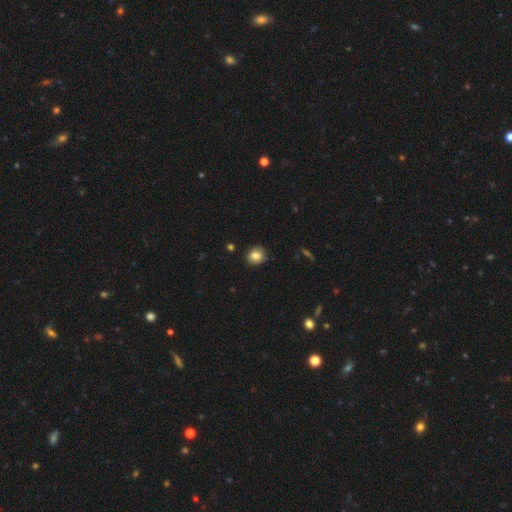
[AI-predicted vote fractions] Smooth or featured? Predicted: smooth (p=0.83). How rounded? Predicted: round (p=0.73). Merging? Predicted: none (p=0.84).